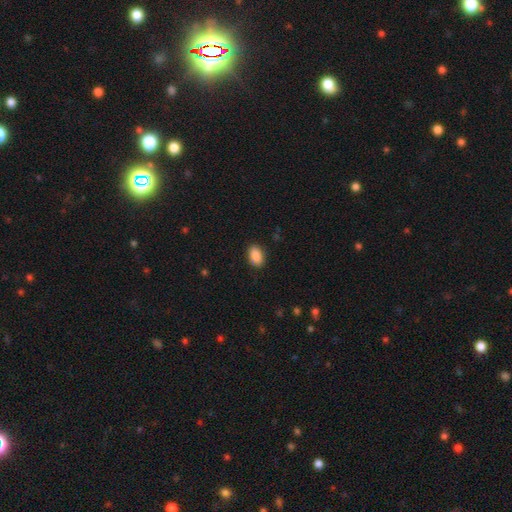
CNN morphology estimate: Q: Smooth or featured?
A: smooth (89%); runner-up: star or artifact (7%)
Q: How rounded?
A: in between (91%); runner-up: round (7%)
Q: Merging?
A: none (87%); runner-up: minor disturbance (10%)